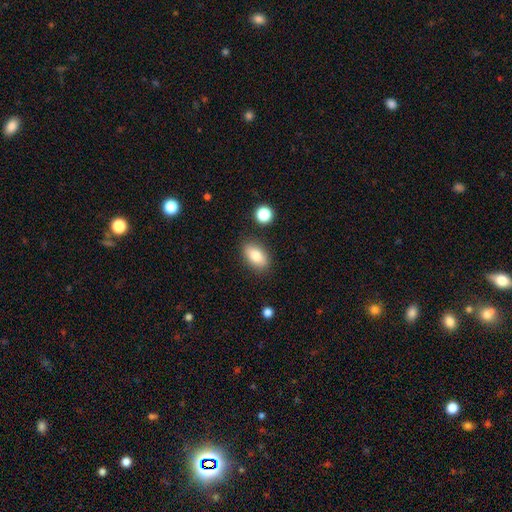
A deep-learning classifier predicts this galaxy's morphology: Q: Smooth or featured?
A: smooth (81%); runner-up: featured or disk (11%)
Q: How rounded?
A: in between (89%); runner-up: round (7%)
Q: Merging?
A: none (85%); runner-up: minor disturbance (10%)